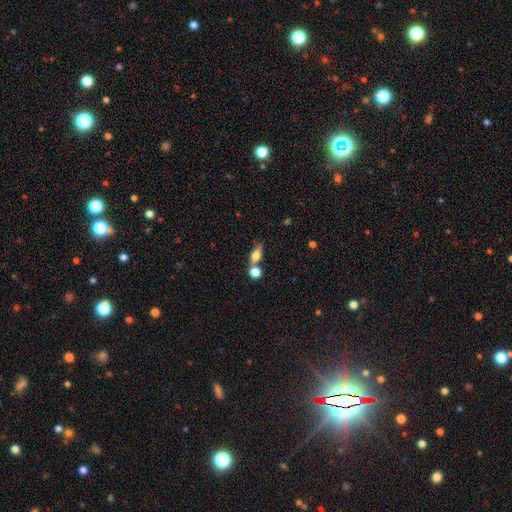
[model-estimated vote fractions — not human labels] This appears to be a smooth galaxy with no disk features (64%) that is in between round and cigar-shaped (58%). Merging: none (50%).